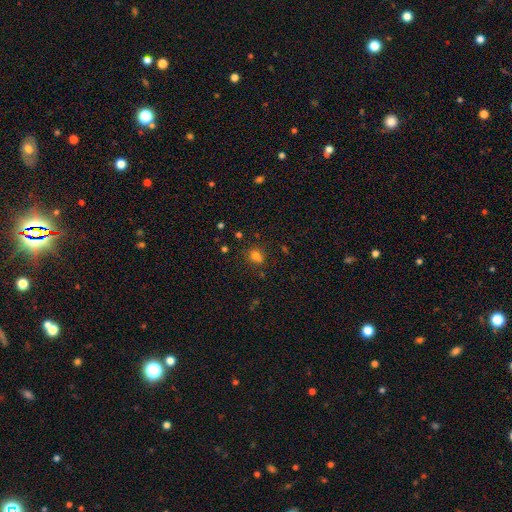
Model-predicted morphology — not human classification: The model was most divided on "merging": none: 56%, merger: 22%, minor disturbance: 16%, major disturbance: 6%. More confident: smooth or featured — smooth (70%); how rounded — round (68%).